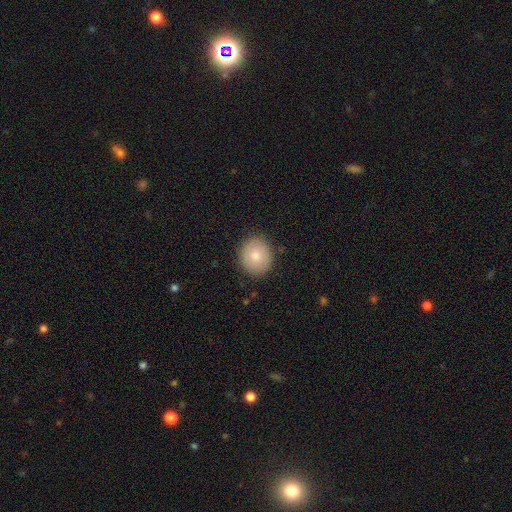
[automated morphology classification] Smooth or featured? smooth (77%)
How rounded? round (77%)
Merging? none (87%)